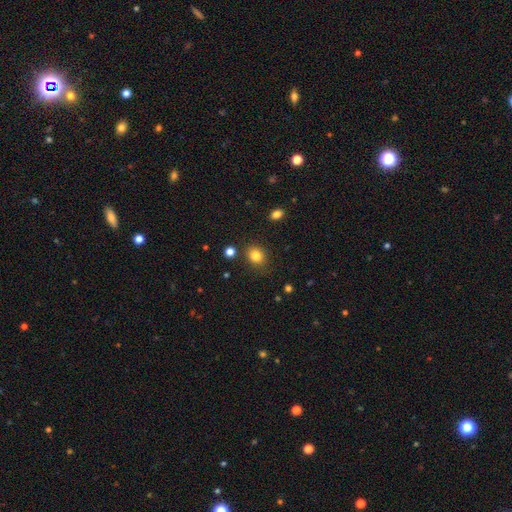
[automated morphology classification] This is clearly a smooth galaxy (83%). How rounded: likely round (62%). Merging: clearly none (83%).